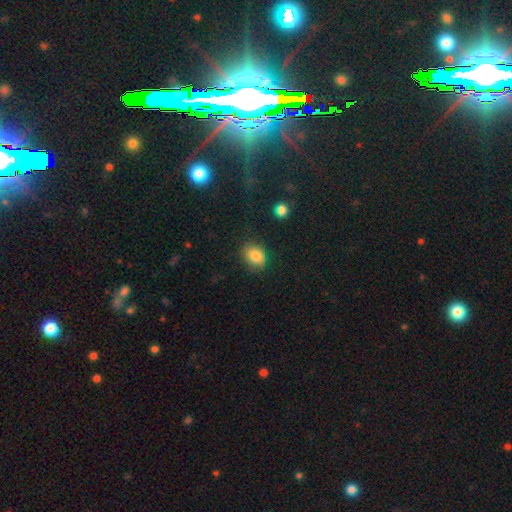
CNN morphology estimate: This is clearly a smooth galaxy (82%). How rounded: possibly in between (55%). Merging: likely none (75%).